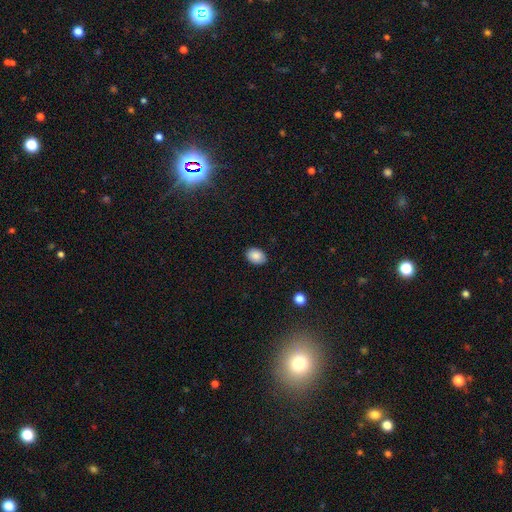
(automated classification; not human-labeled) Smooth or featured? smooth (88%)
How rounded? in between (80%)
Merging? none (88%)